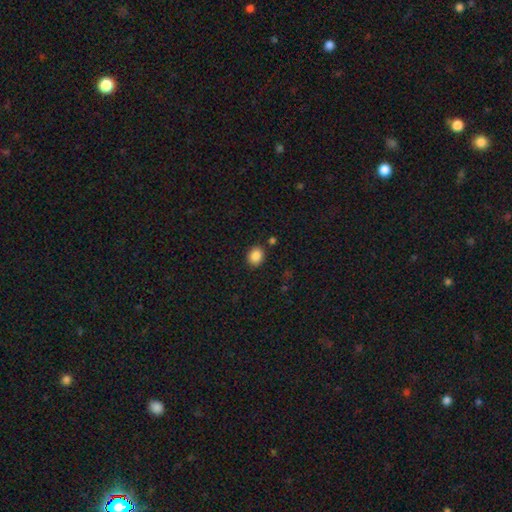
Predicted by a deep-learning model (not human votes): A smooth galaxy with no disk features (87%) that is round (58%).

Vote fractions:
- Smooth or featured? smooth: 87% / star or artifact: 9% / featured or disk: 3%
- How rounded? round: 58% / in between: 41% / cigar-shaped: 1%
- Merging? none: 84% / minor disturbance: 9% / merger: 4% / major disturbance: 3%